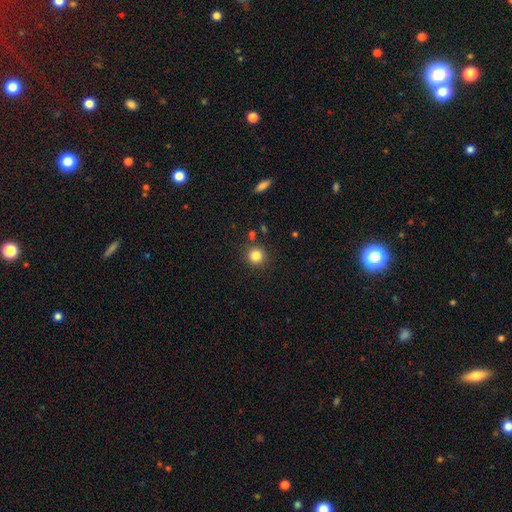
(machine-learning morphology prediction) A smooth galaxy with no disk features (83%) that is round (93%).

Vote fractions:
- Smooth or featured? smooth: 83% / star or artifact: 12% / featured or disk: 5%
- How rounded? round: 93% / in between: 6% / cigar-shaped: 1%
- Merging? none: 88% / minor disturbance: 7% / merger: 3% / major disturbance: 2%